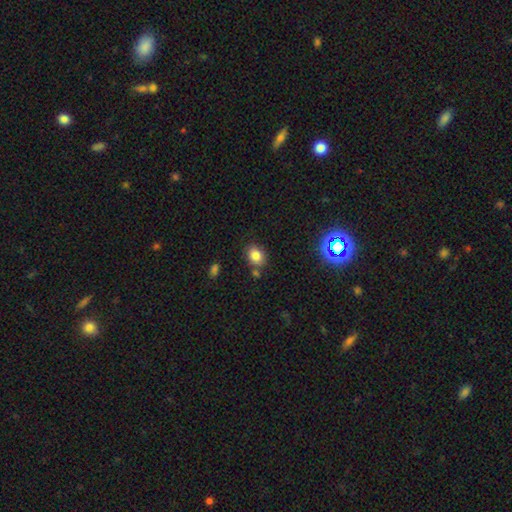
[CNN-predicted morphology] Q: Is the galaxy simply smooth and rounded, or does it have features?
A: smooth — 82%.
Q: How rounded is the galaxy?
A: in between — 53%.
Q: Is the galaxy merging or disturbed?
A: none — 74%.